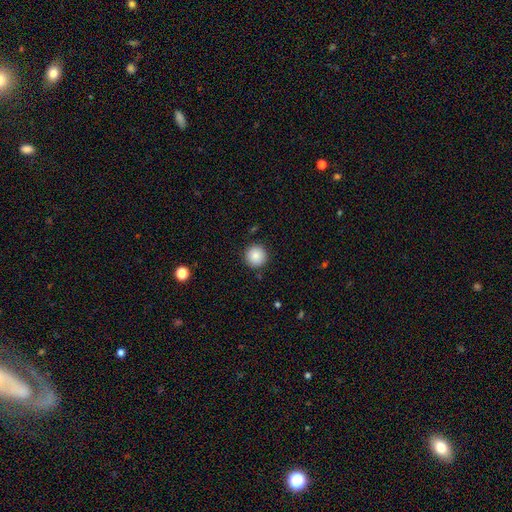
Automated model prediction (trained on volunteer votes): A smooth galaxy with no disk features (87%) that is round (96%). Merging: none (90%).